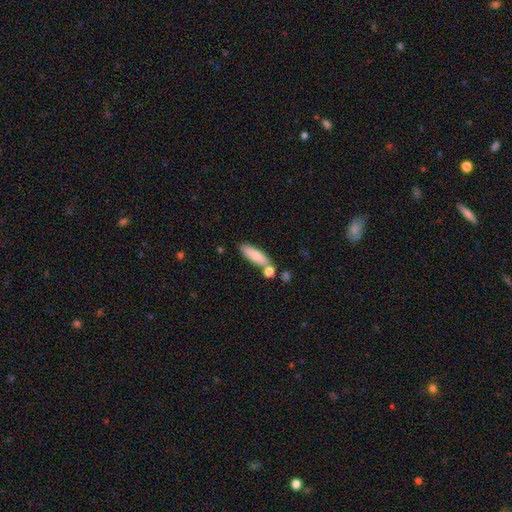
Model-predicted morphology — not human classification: This appears to be a smooth galaxy with no disk features (78%) that is cigar-shaped (55%). Merging: none (61%).